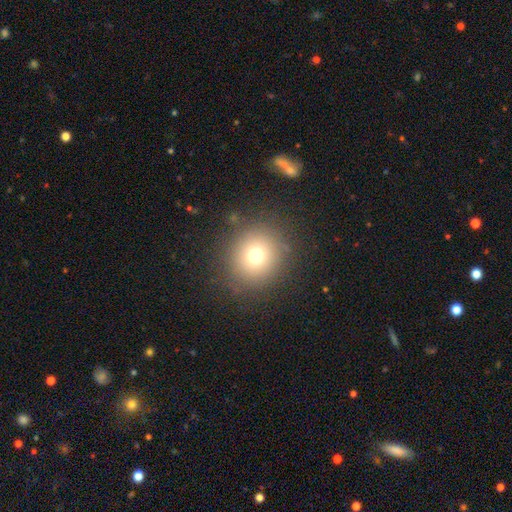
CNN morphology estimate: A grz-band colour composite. It shows a smooth galaxy with no disk features (72%) that is round (90%). Merging: none (86%).